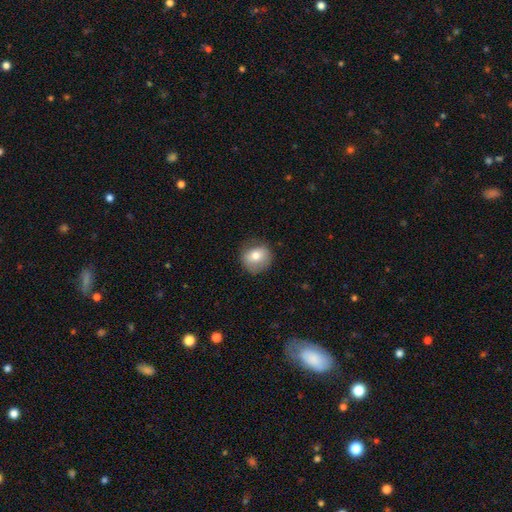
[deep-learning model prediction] Smooth or featured? smooth (73%)
How rounded? round (82%)
Merging? none (77%)